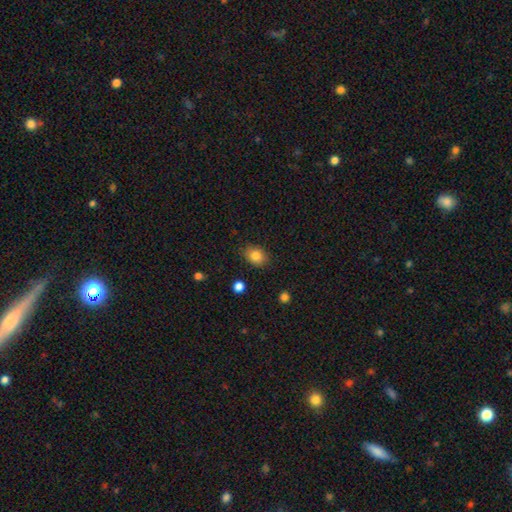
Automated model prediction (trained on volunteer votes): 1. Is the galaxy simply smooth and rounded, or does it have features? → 83% smooth, 10% star or artifact, 7% featured or disk.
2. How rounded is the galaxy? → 62% in between, 37% round, 1% cigar-shaped.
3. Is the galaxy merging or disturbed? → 85% none, 11% minor disturbance, 3% major disturbance, 1% merger.